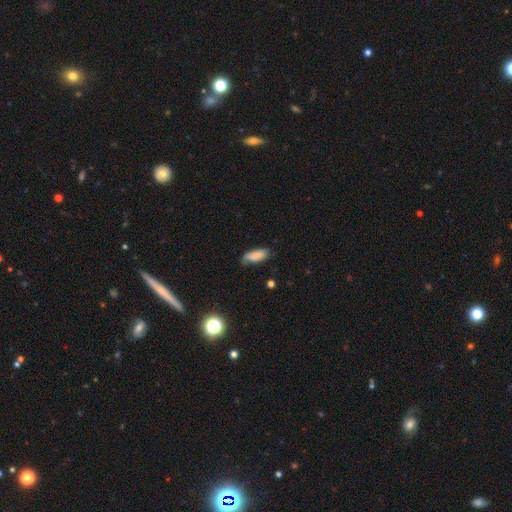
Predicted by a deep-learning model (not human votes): A smooth galaxy with no disk features (78%) that is in between round and cigar-shaped (75%).

Vote fractions:
- Smooth or featured? smooth: 78% / featured or disk: 14% / star or artifact: 8%
- How rounded? in between: 75% / cigar-shaped: 23% / round: 2%
- Merging? none: 58% / minor disturbance: 32% / major disturbance: 7% / merger: 2%